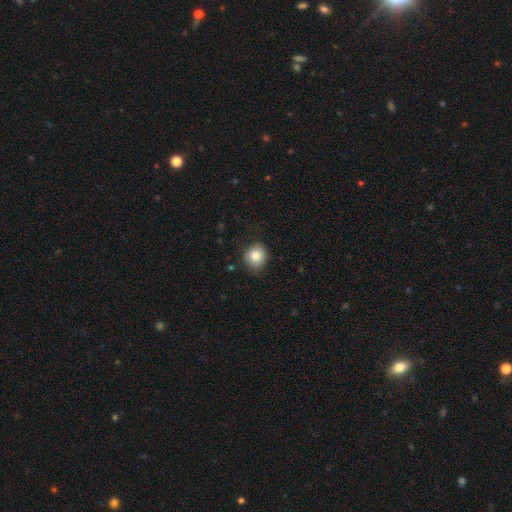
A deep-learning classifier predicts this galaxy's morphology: smooth 84%, star or artifact 9%, featured or disk 8%. Down the decision tree: how rounded — round (83%); merging — none (80%).